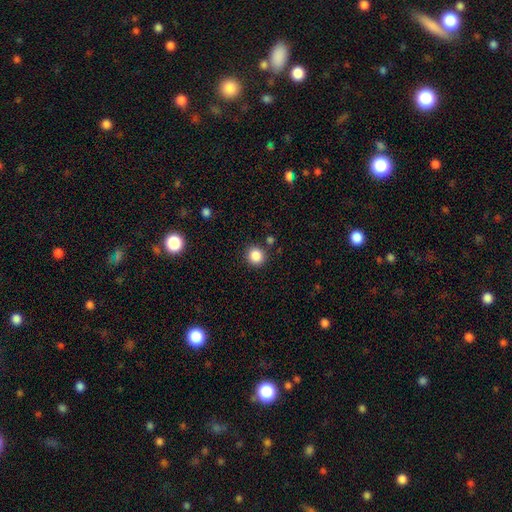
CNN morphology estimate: smooth-or-featured: smooth: 86% | star or artifact: 11% | featured or disk: 3%
  how-rounded: round: 90% | in between: 9% | cigar-shaped: 1%
  merging: none: 87% | minor disturbance: 7% | merger: 3% | major disturbance: 3%